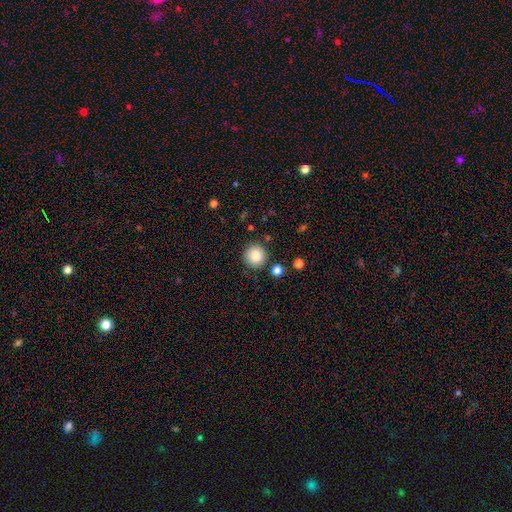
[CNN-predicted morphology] This is clearly a smooth galaxy (86%). How rounded: clearly round (94%). Merging: clearly none (88%).